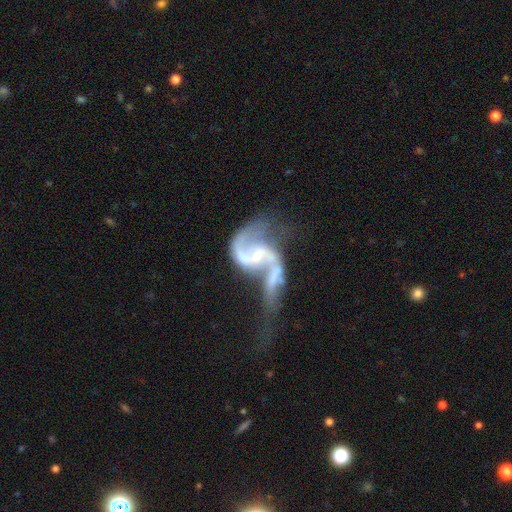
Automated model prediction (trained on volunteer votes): The model was most divided on "bar": weak: 43%, no: 39%, strong: 19%. Remaining: edge-on disk — no (98%); spiral arms — yes (92%); smooth or featured — featured or disk (88%); spiral arm count — 2 (87%); spiral winding — loose (71%); bulge size — small (47%); merging — merger (38%).